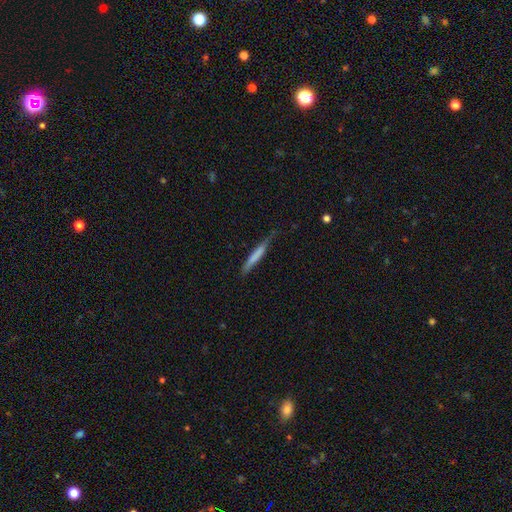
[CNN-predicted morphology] This is likely a smooth galaxy (65%). How rounded: clearly cigar-shaped (94%). Merging: likely none (65%).